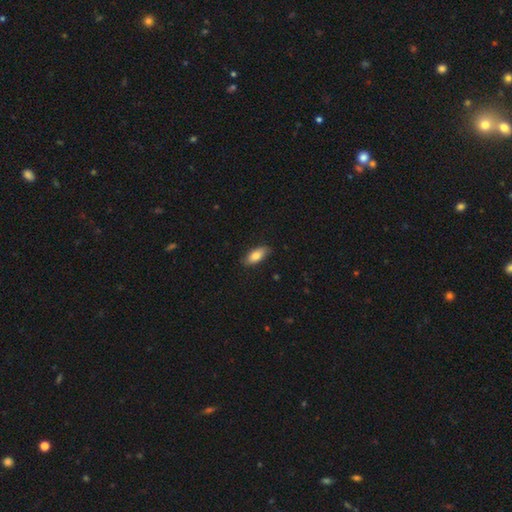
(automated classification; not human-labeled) Smooth or featured?
  - smooth: 80% *
  - featured or disk: 14%
  - star or artifact: 6%
How rounded?
  - in between: 83% *
  - cigar-shaped: 15%
  - round: 2%
Merging?
  - none: 85% *
  - minor disturbance: 12%
  - major disturbance: 2%
  - merger: 1%